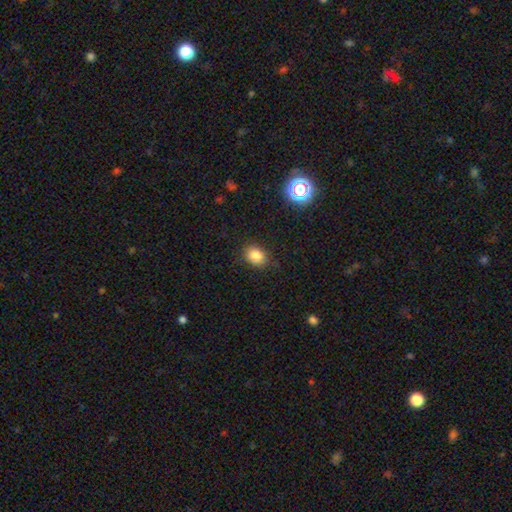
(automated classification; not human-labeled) Smooth or featured? smooth (82%)
How rounded? in between (54%)
Merging? none (84%)